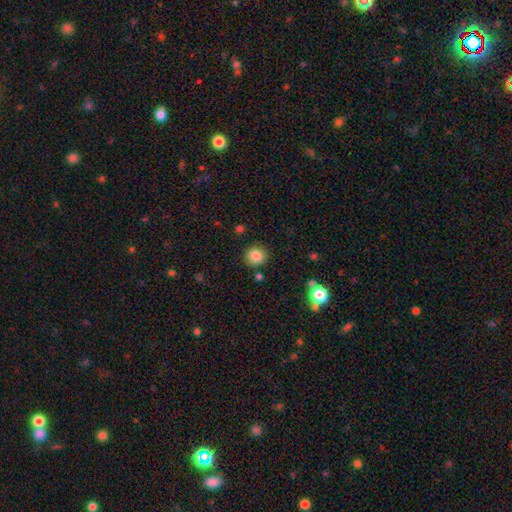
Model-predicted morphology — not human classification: This is clearly a smooth galaxy (84%). How rounded: clearly round (88%). Merging: clearly none (87%).